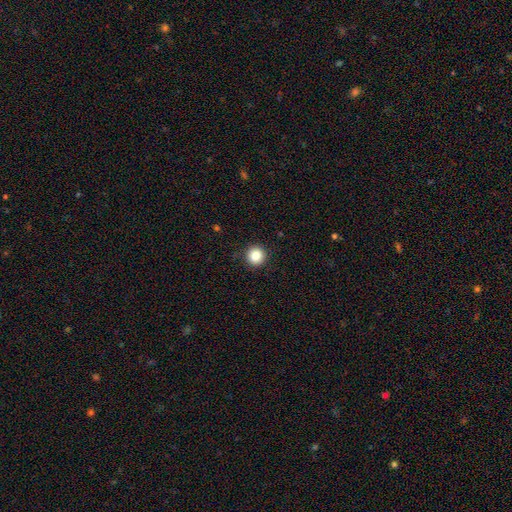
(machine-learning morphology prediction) smooth-or-featured: smooth: 86% | star or artifact: 10% | featured or disk: 4%
  how-rounded: round: 95% | in between: 4% | cigar-shaped: 1%
  merging: none: 91% | minor disturbance: 6% | major disturbance: 2% | merger: 1%